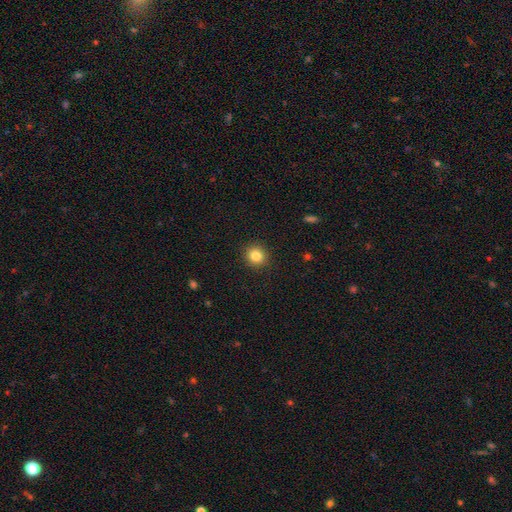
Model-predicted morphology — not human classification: A smooth galaxy with no disk features (84%) that is round (88%). Merging: none (91%).